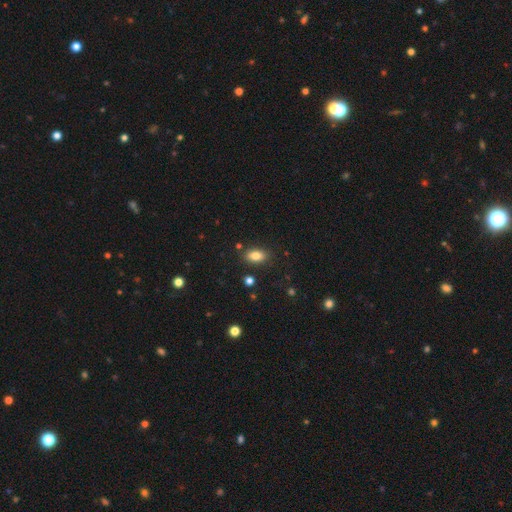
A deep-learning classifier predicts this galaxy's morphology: Q: Smooth or featured?
A: smooth (82%); runner-up: star or artifact (9%)
Q: How rounded?
A: in between (89%); runner-up: round (8%)
Q: Merging?
A: none (85%); runner-up: minor disturbance (10%)